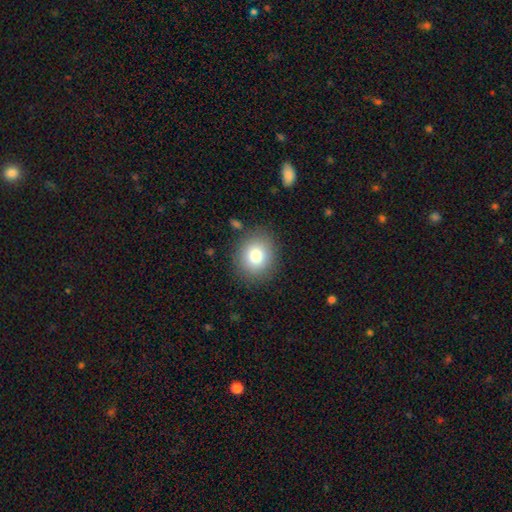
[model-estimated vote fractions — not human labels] Q: Smooth or featured?
A: smooth (81%); runner-up: star or artifact (10%)
Q: How rounded?
A: round (71%); runner-up: in between (28%)
Q: Merging?
A: none (85%); runner-up: minor disturbance (9%)